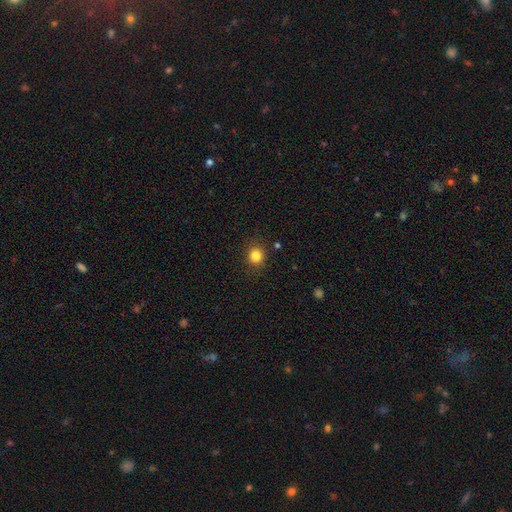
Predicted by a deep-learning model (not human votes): Smooth or featured? smooth (83%)
How rounded? round (84%)
Merging? none (88%)